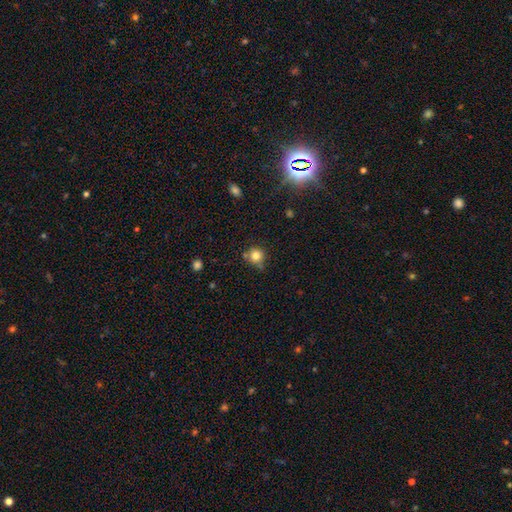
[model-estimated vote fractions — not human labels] Smooth or featured?
  - smooth: 81% *
  - star or artifact: 12%
  - featured or disk: 7%
How rounded?
  - round: 90% *
  - in between: 9%
  - cigar-shaped: 1%
Merging?
  - none: 69% *
  - minor disturbance: 18%
  - merger: 9%
  - major disturbance: 4%